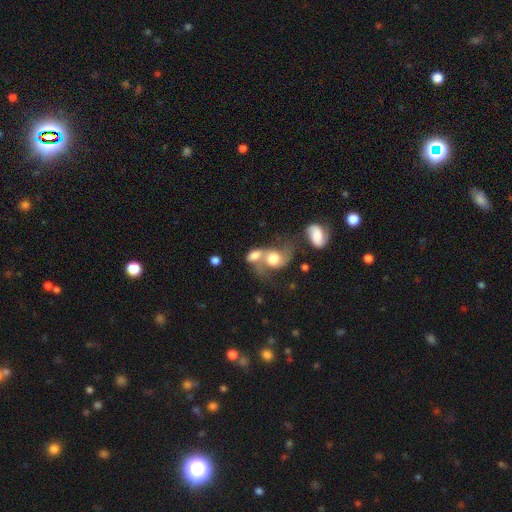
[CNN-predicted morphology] smooth-or-featured: smooth: 53% | featured or disk: 36% | star or artifact: 11%
  how-rounded: in between: 61% | round: 37% | cigar-shaped: 2%
  merging: merger: 69% | none: 14% | major disturbance: 9% | minor disturbance: 7%